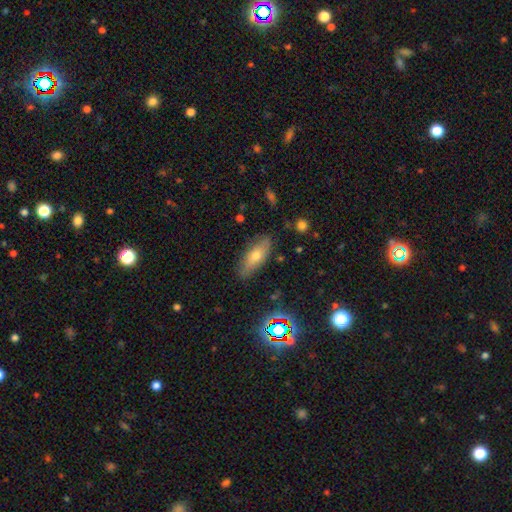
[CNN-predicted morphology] This is likely a smooth galaxy (60%). How rounded: likely in between (69%). Merging: clearly none (81%).